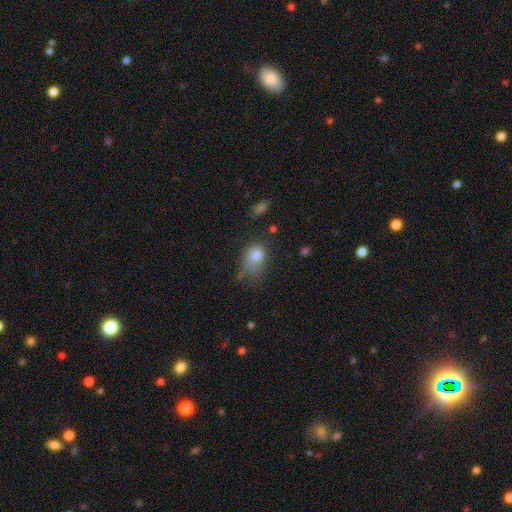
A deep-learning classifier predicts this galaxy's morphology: smooth 79%, star or artifact 12%, featured or disk 10%. Down the decision tree: how rounded — in between (63%); merging — none (43%).